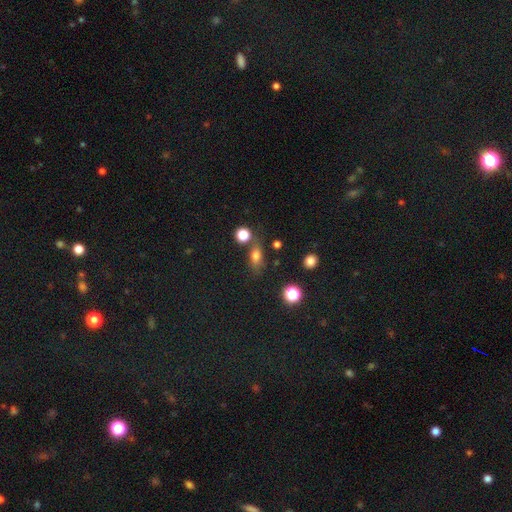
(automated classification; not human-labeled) Smooth or featured? Predicted: smooth (p=0.73). How rounded? Predicted: in between (p=0.66). Merging? Predicted: none (p=0.64).